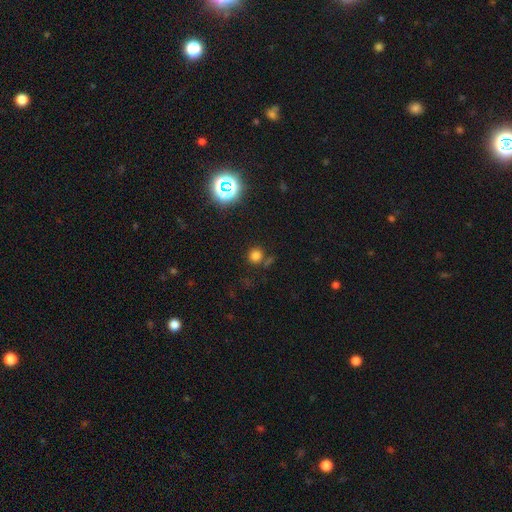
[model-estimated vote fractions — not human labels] Smooth or featured? Predicted: smooth (p=0.72). How rounded? Predicted: round (p=0.92). Merging? Predicted: none (p=0.76).